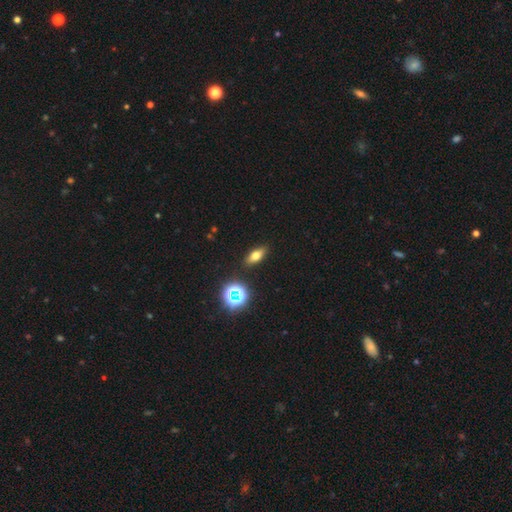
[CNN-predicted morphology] type=smooth (63%); roundness=in between (70%); merging=none (89%).